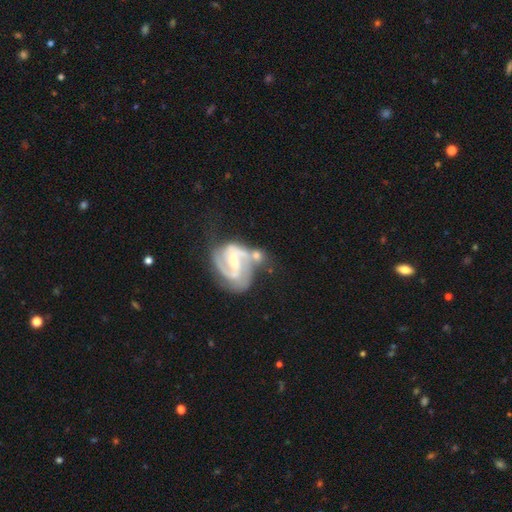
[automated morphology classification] Smooth or featured? featured or disk (78%)
Edge-on disk? no (97%)
Bar? weak (48%)
Spiral arms? yes (92%)
Spiral winding? medium (53%)
Spiral arm count? 2 (79%)
Bulge size? small (47%)
Merging? none (36%)